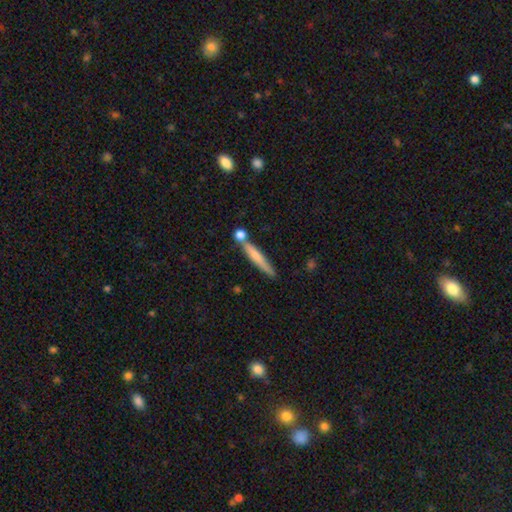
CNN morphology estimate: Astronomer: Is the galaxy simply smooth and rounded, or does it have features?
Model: smooth — 61%.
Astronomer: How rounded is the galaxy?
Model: cigar-shaped — 93%.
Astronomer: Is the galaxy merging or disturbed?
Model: none — 70%.